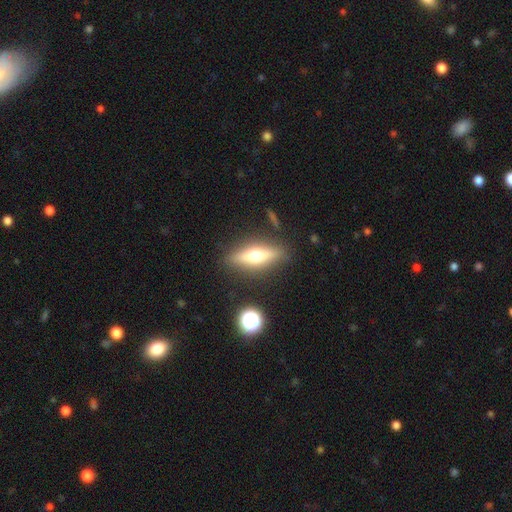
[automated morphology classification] Smooth or featured? Predicted: featured or disk (p=0.52). Edge-on disk? Predicted: yes (p=0.88). Merging? Predicted: none (p=0.86).